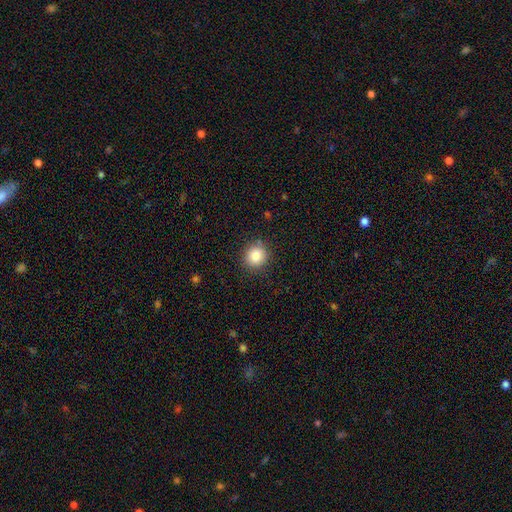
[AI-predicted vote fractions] The model was most divided on "smooth or featured": smooth: 83%, star or artifact: 10%, featured or disk: 7%. More confident: how rounded — round (90%); merging — none (89%).